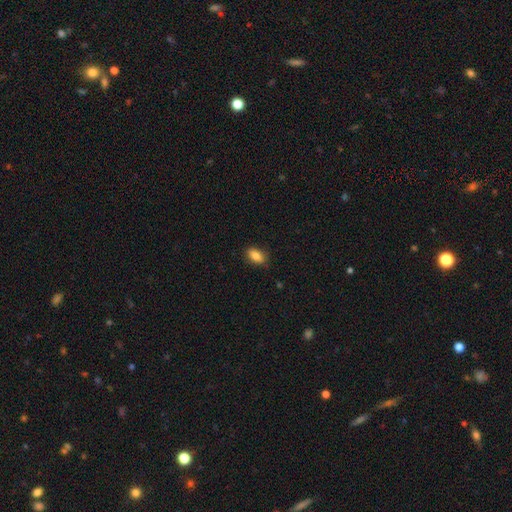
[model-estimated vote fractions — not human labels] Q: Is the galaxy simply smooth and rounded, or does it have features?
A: smooth — 85%.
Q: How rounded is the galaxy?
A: in between — 88%.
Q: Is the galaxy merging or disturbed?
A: none — 86%.